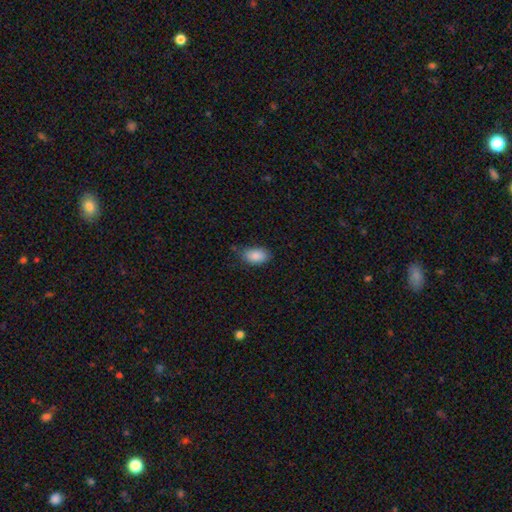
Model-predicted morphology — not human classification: A smooth galaxy with no disk features (87%) that is in between round and cigar-shaped (92%).

Vote fractions:
- Smooth or featured? smooth: 87% / star or artifact: 7% / featured or disk: 5%
- How rounded? in between: 92% / round: 6% / cigar-shaped: 2%
- Merging? none: 72% / minor disturbance: 22% / major disturbance: 4% / merger: 2%